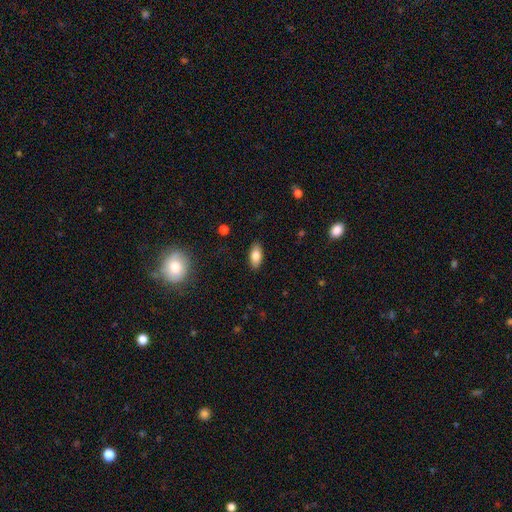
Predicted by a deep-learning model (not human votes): smooth_or_featured: smooth (p=0.81) [alt: featured or disk p=0.11]
how_rounded: in between (p=0.90) [alt: cigar-shaped p=0.07]
merging: none (p=0.88) [alt: minor disturbance p=0.09]